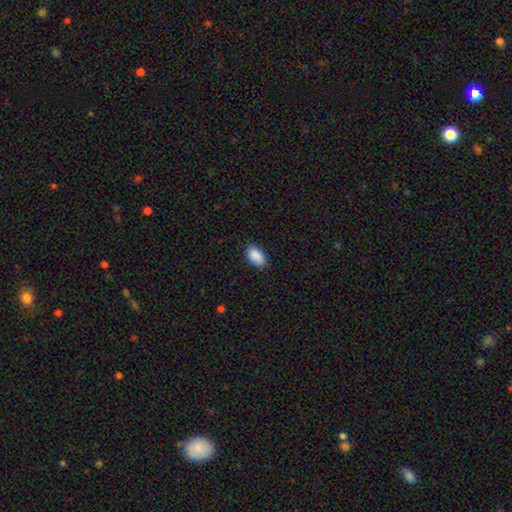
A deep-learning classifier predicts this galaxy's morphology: Overall: smooth (90%). How rounded: in between (94%). Merging: none (85%).